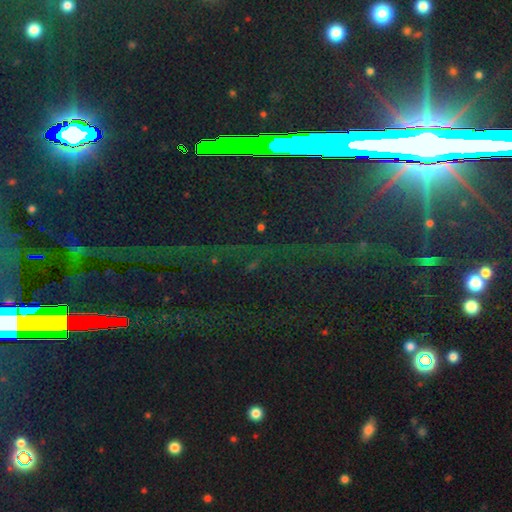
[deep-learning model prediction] Smooth or featured? Predicted: star or artifact (p=0.84).